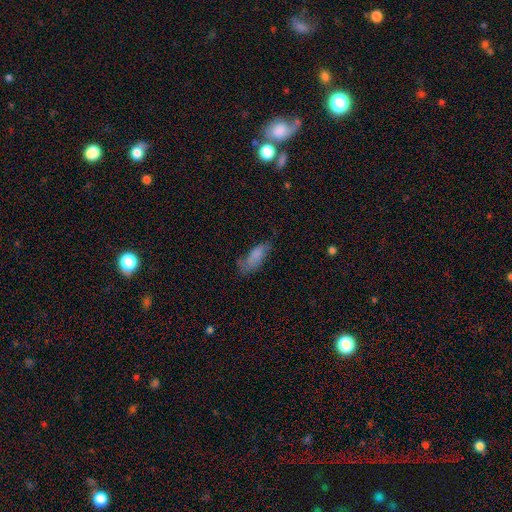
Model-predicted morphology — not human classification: smooth-or-featured: smooth: 77% | featured or disk: 15% | star or artifact: 8%
  how-rounded: in between: 75% | cigar-shaped: 22% | round: 2%
  merging: none: 48% | minor disturbance: 33% | major disturbance: 16% | merger: 4%